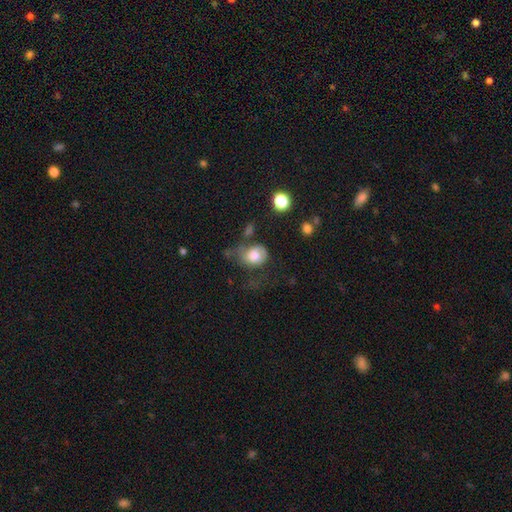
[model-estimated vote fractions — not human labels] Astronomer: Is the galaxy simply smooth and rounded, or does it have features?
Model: smooth — 69%.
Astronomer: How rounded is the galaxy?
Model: round — 56% (runner-up: in between, 43%).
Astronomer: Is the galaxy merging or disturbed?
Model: major disturbance — 43% (runner-up: minor disturbance, 25%).